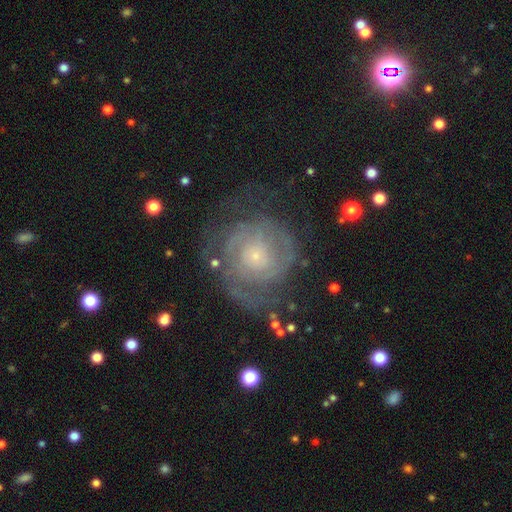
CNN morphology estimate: Overall: featured or disk (78%). Edge-on disk: no (97%). Bar: no (79%). Spiral arms: yes (90%). Spiral arm count: can't tell (37%; 2 32%). Spiral winding: tight (67%). Bulge size: small (80%). Merging: none (67%).